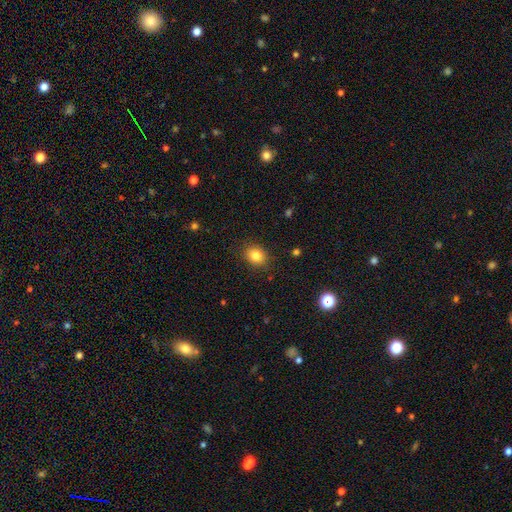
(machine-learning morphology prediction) Overall: smooth (83%). How rounded: round (52%; in between 47%). Merging: none (86%).